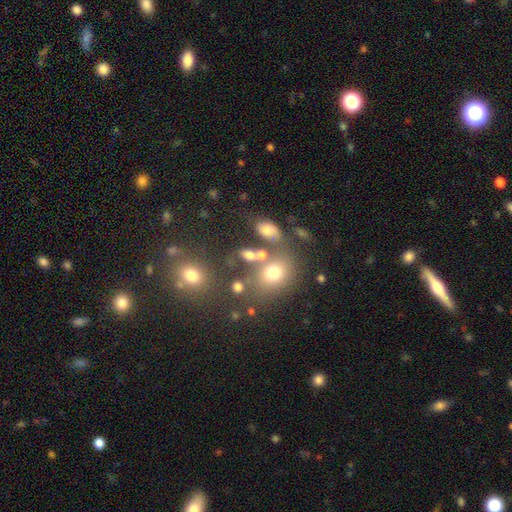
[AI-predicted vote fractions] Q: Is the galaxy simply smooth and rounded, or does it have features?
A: smooth — 66%.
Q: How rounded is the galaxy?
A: in between — 57%.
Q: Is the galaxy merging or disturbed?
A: none — 50%.